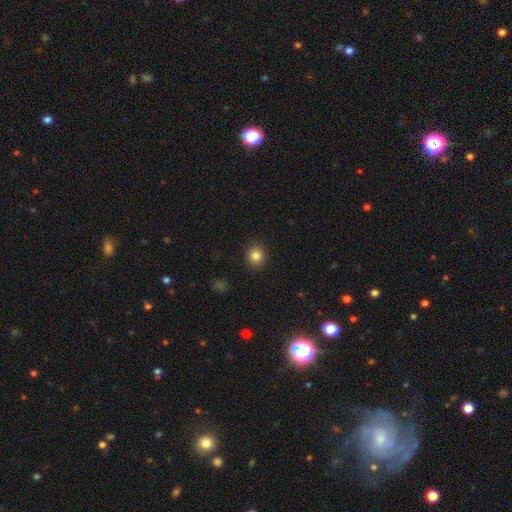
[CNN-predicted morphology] smooth-or-featured: smooth: 83% | star or artifact: 11% | featured or disk: 5%
  how-rounded: round: 84% | in between: 15% | cigar-shaped: 1%
  merging: none: 91% | minor disturbance: 6% | major disturbance: 2% | merger: 1%